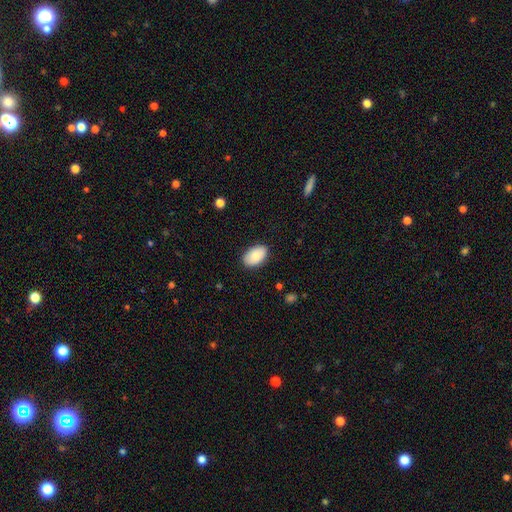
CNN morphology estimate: The model was most divided on "merging": none: 86%, minor disturbance: 11%, major disturbance: 2%, merger: 1%. More confident: how rounded — in between (94%); smooth or featured — smooth (87%).